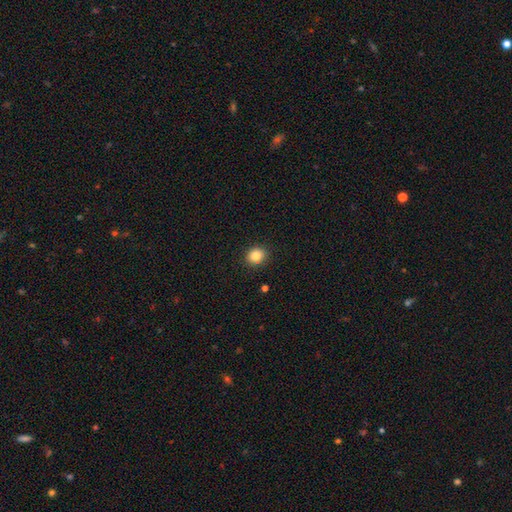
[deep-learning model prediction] Overall: smooth (84%). How rounded: round (68%; in between 31%). Merging: none (90%).